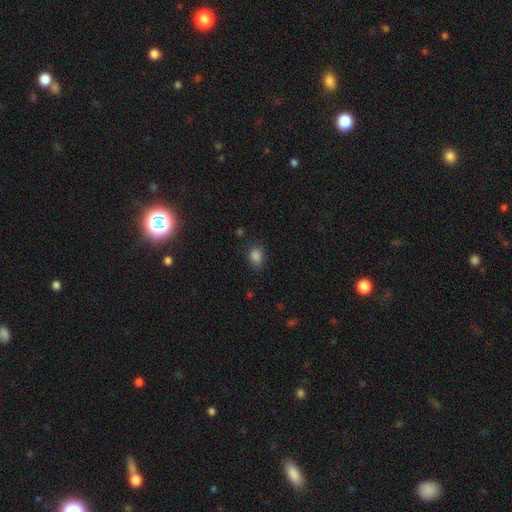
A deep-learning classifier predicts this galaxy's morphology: Smooth or featured: smooth — 84% (star or artifact — 12%)
How rounded: in between — 64% (round — 35%)
Merging: none — 78% (minor disturbance — 16%)